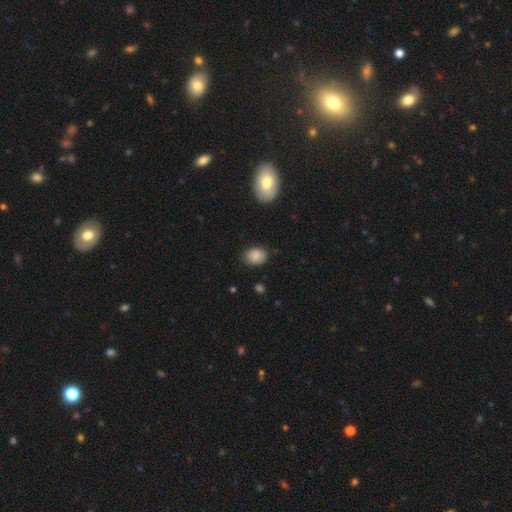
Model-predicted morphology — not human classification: Overall: smooth (86%). How rounded: in between (62%; round 37%). Merging: none (81%).